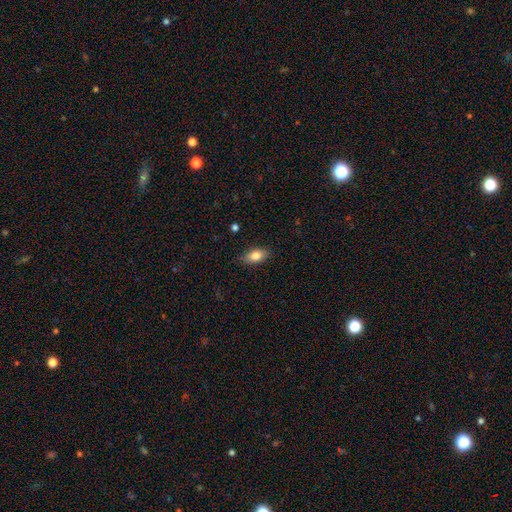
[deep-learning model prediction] smooth 82%, featured or disk 10%, star or artifact 8%. Down the decision tree: how rounded — in between (89%); merging — none (85%).